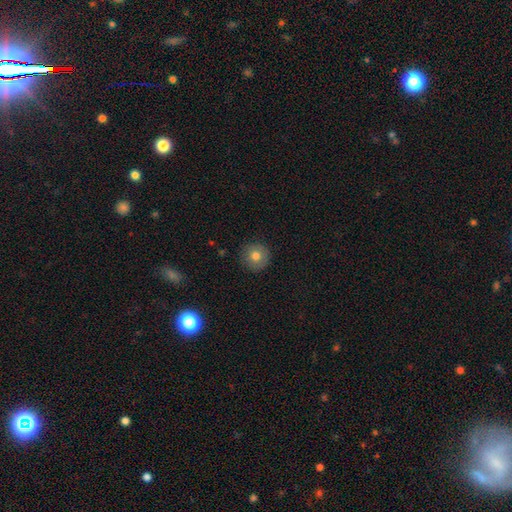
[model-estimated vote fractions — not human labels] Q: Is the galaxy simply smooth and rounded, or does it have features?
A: smooth — 77%.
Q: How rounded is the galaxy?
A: round — 95%.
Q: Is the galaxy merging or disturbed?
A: none — 89%.